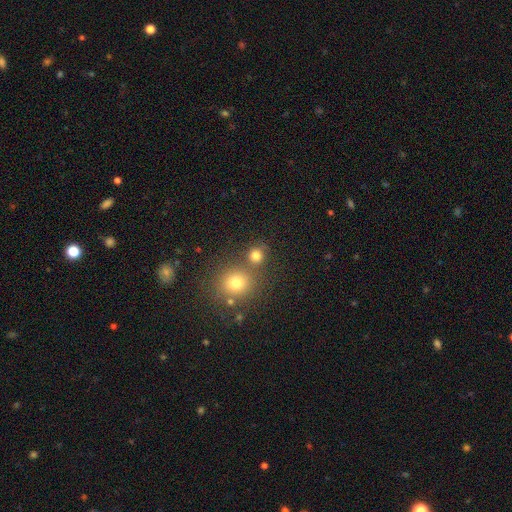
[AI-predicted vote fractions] Q: Smooth or featured?
A: smooth (77%); runner-up: star or artifact (16%)
Q: How rounded?
A: round (87%); runner-up: in between (12%)
Q: Merging?
A: none (69%); runner-up: merger (19%)